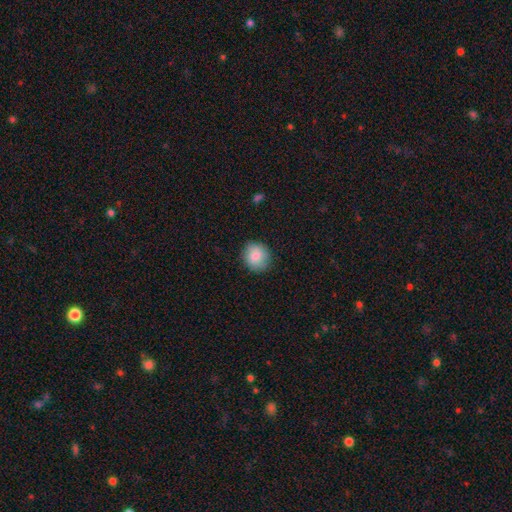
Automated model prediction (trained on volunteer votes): Overall: smooth (85%). How rounded: round (83%). Merging: none (87%).